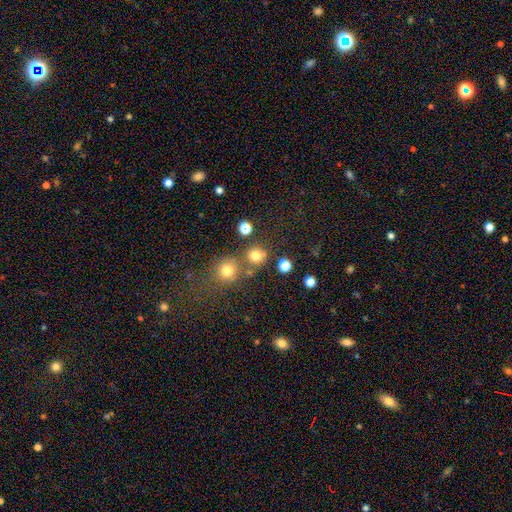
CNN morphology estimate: smooth_or_featured: smooth (p=0.76) [alt: star or artifact p=0.17]
how_rounded: round (p=0.89) [alt: in between p=0.10]
merging: none (p=0.69) [alt: merger p=0.18]